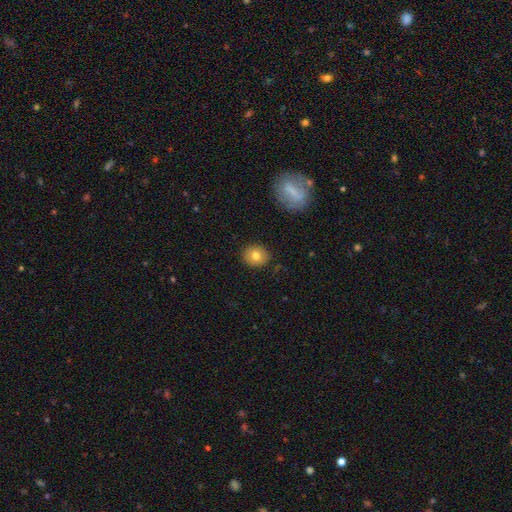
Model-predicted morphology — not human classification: Smooth or featured? smooth (76%)
How rounded? round (79%)
Merging? none (89%)